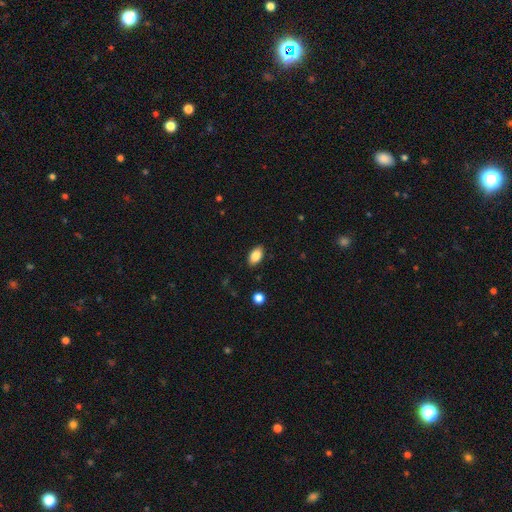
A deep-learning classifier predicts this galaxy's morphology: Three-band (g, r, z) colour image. It shows a smooth galaxy with no disk features (86%) that is in between round and cigar-shaped (92%). Merging: none (88%).